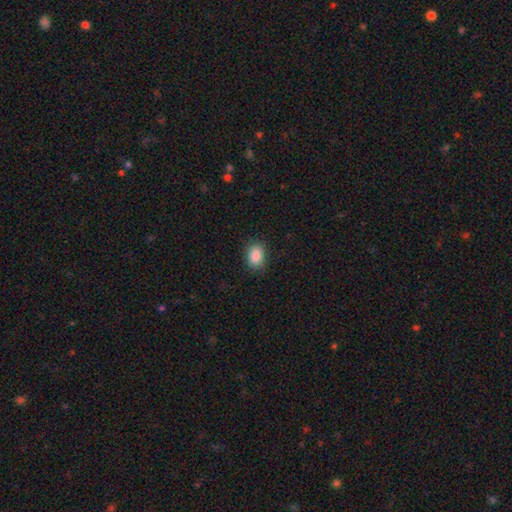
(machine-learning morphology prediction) Q: Smooth or featured?
A: smooth (87%); runner-up: star or artifact (8%)
Q: How rounded?
A: in between (77%); runner-up: round (22%)
Q: Merging?
A: none (83%); runner-up: minor disturbance (13%)